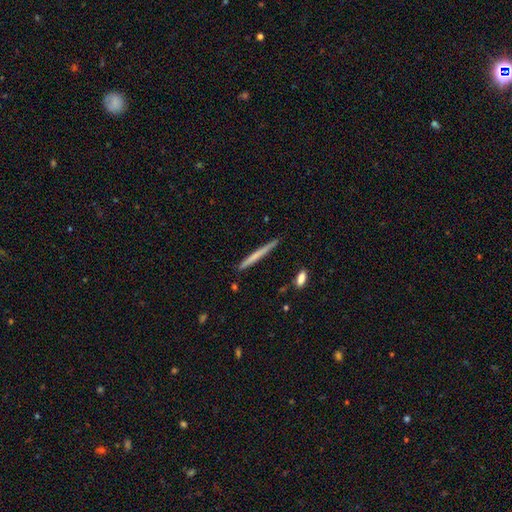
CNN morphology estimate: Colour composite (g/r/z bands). It shows a smooth galaxy with no disk features (55%) that is cigar-shaped (97%). Merging: none (90%).